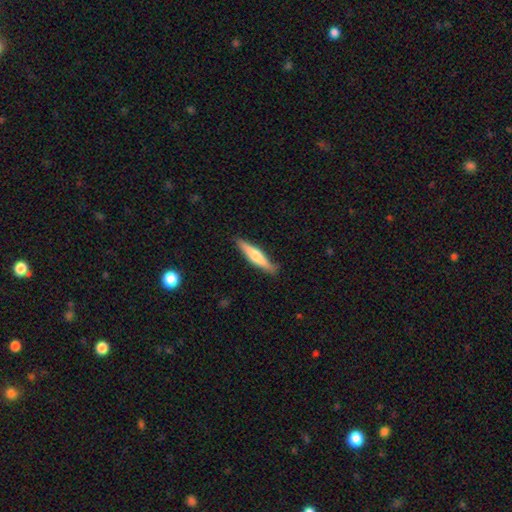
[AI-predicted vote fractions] This is possibly a smooth galaxy (53%). How rounded: clearly cigar-shaped (86%). Merging: clearly none (86%).